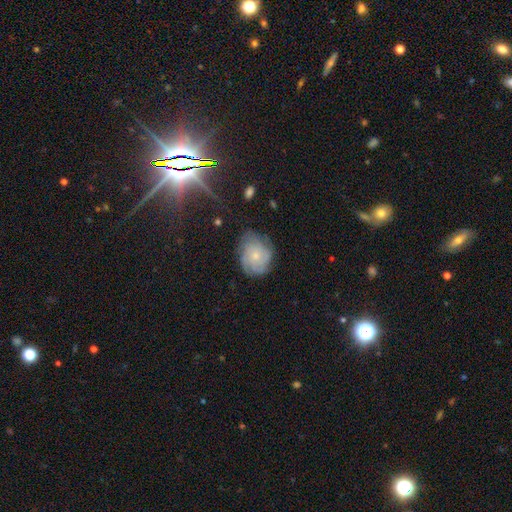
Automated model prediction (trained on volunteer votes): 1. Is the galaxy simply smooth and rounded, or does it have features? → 60% featured or disk, 31% smooth, 9% star or artifact.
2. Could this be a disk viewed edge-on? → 97% no, 3% yes.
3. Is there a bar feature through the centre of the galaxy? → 83% no, 15% weak, 2% strong.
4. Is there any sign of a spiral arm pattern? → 89% yes, 11% no.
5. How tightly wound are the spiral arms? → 62% tight, 29% medium, 10% loose.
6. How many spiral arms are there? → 41% can't tell, 21% 4, 17% 3, 9% 2, 7% more than 4, 5% 1.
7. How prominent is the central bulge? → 67% small, 27% moderate, 3% none, 2% large, 1% dominant.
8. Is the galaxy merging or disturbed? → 69% none, 21% minor disturbance, 8% major disturbance, 1% merger.